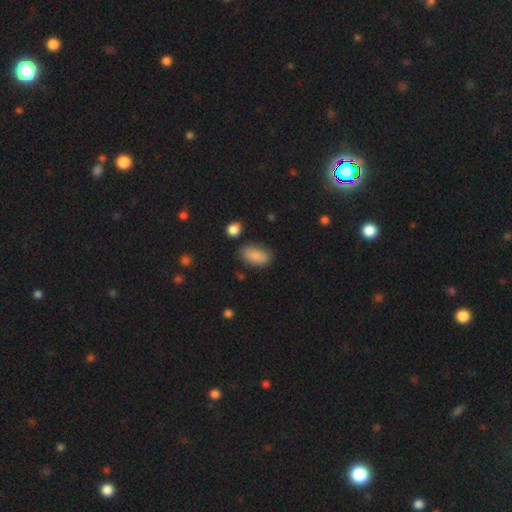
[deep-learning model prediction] Morphology: type=smooth (87%); roundness=in between (92%); merging=none (75%).